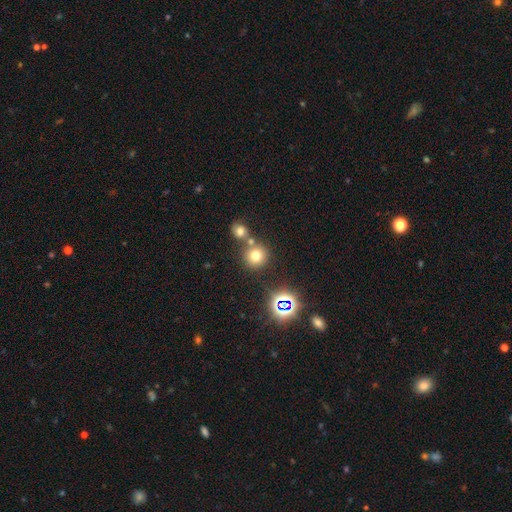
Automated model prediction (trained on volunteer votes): Smooth or featured? smooth (71%)
How rounded? round (90%)
Merging? none (63%)